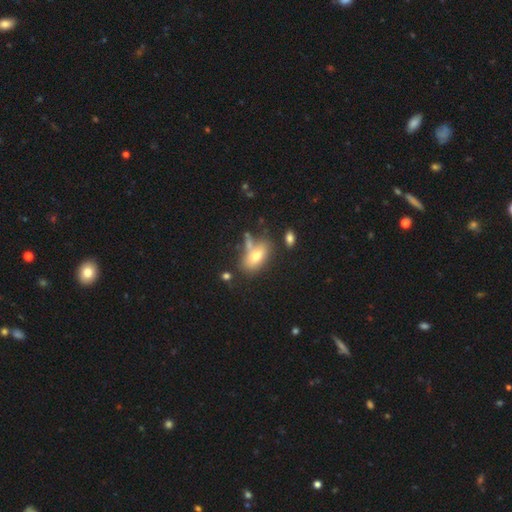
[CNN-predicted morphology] Smooth or featured? smooth (69%)
How rounded? in between (86%)
Merging? none (53%)